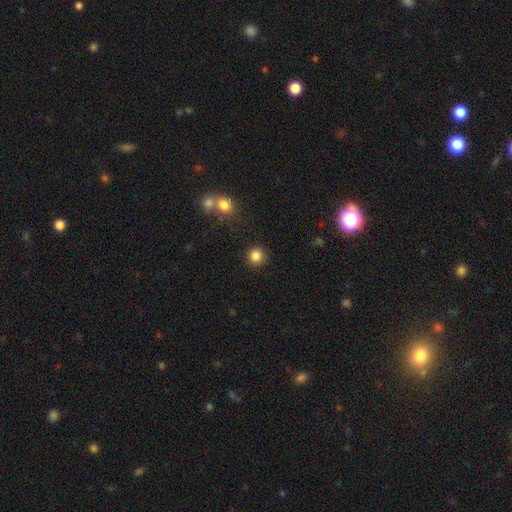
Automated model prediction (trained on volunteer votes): Smooth or featured: smooth — 85% (star or artifact — 11%)
How rounded: round — 93% (in between — 6%)
Merging: none — 90% (minor disturbance — 6%)